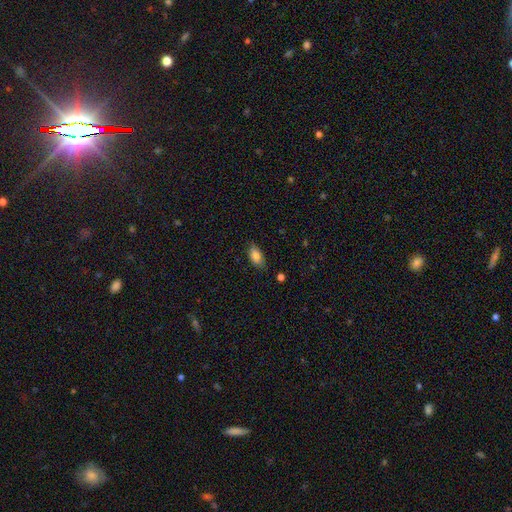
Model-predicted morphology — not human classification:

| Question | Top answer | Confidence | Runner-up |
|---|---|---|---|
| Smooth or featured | smooth | 83% | featured or disk (9%) |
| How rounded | in between | 90% | cigar-shaped (5%) |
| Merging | none | 80% | minor disturbance (16%) |